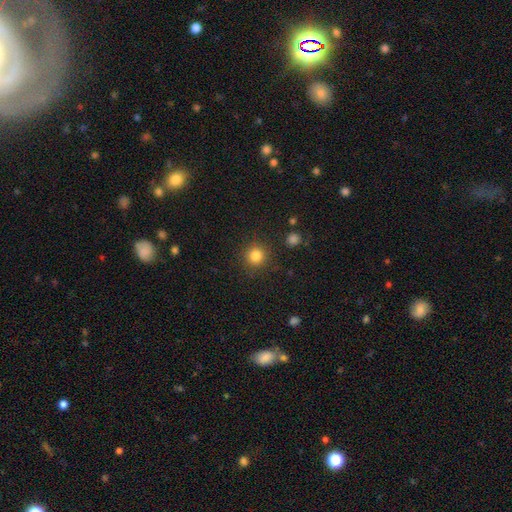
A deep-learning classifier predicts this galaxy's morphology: Smooth or featured: smooth — 83% (star or artifact — 12%)
How rounded: round — 93% (in between — 6%)
Merging: none — 88% (minor disturbance — 7%)